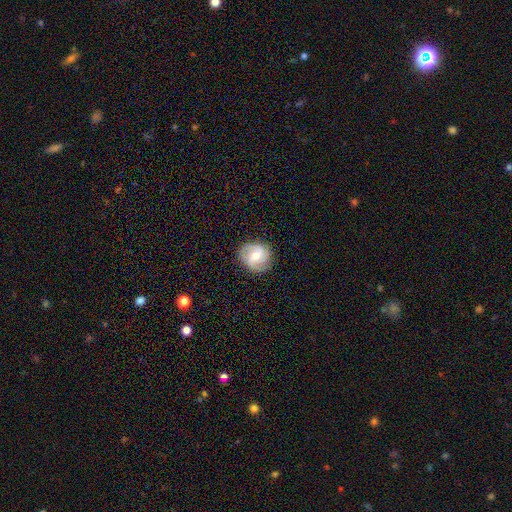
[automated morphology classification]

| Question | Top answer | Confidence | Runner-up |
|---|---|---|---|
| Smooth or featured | featured or disk | 71% | smooth (22%) |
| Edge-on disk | no | 97% | yes (3%) |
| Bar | no | 44% | weak (42%) |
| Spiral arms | yes | 91% | no (9%) |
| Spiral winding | medium | 45% | tight (36%) |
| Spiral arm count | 2 | 53% | 3 (23%) |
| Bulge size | moderate | 62% | small (34%) |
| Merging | none | 82% | minor disturbance (13%) |